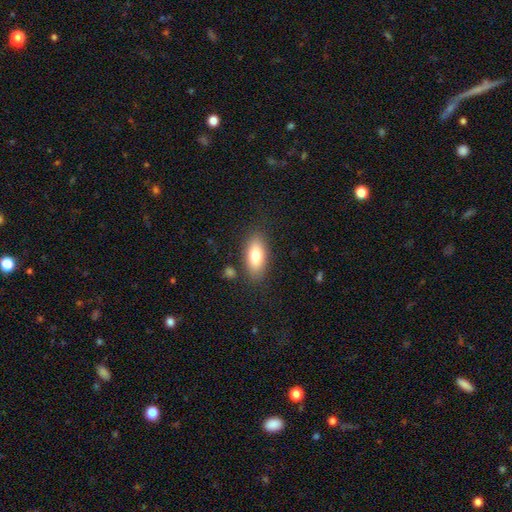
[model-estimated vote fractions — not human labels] Q: Smooth or featured?
A: smooth (78%); runner-up: featured or disk (14%)
Q: How rounded?
A: in between (85%); runner-up: cigar-shaped (12%)
Q: Merging?
A: none (83%); runner-up: minor disturbance (11%)